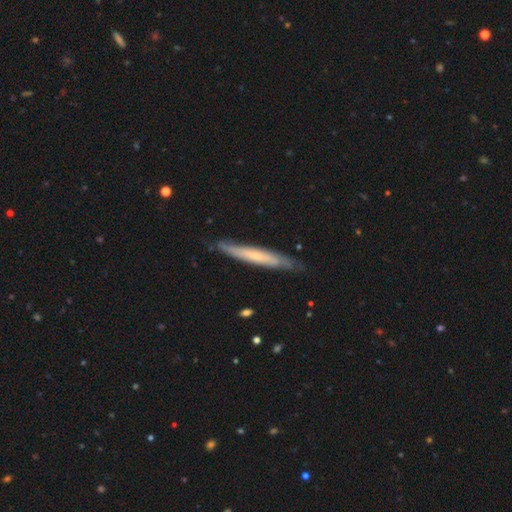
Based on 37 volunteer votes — Morphology: type=smooth (51%); roundness=cigar-shaped (95%); merging=none (86%).